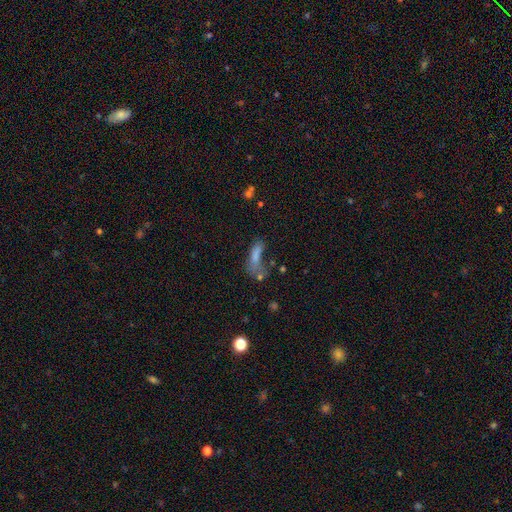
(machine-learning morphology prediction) Smooth or featured: smooth — 69% (featured or disk — 17%)
How rounded: in between — 55% (cigar-shaped — 41%)
Merging: major disturbance — 33% (none — 27%)